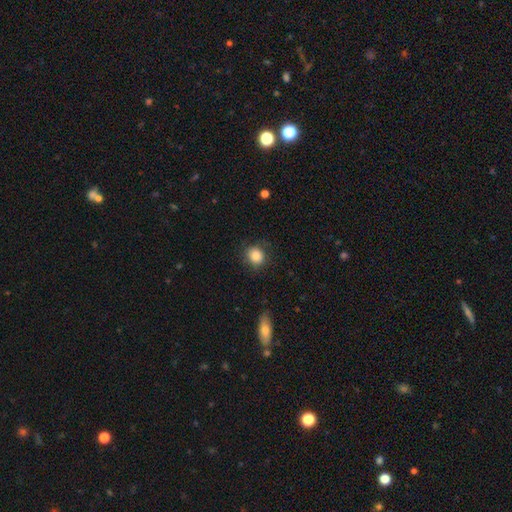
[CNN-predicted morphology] Overall: smooth (86%). How rounded: round (78%). Merging: none (78%).